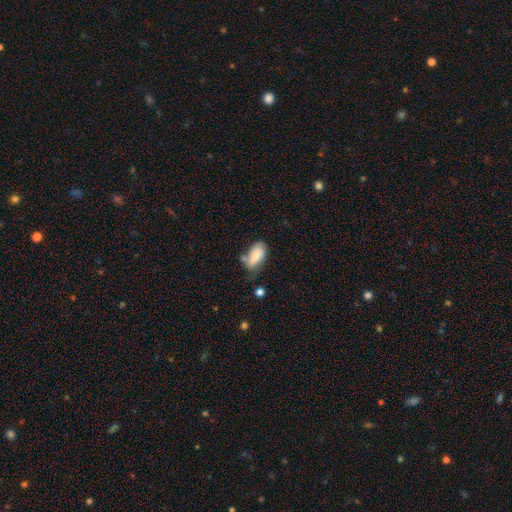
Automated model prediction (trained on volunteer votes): smooth 77%, featured or disk 15%, star or artifact 7%. Down the decision tree: how rounded — in between (92%); merging — none (45%).